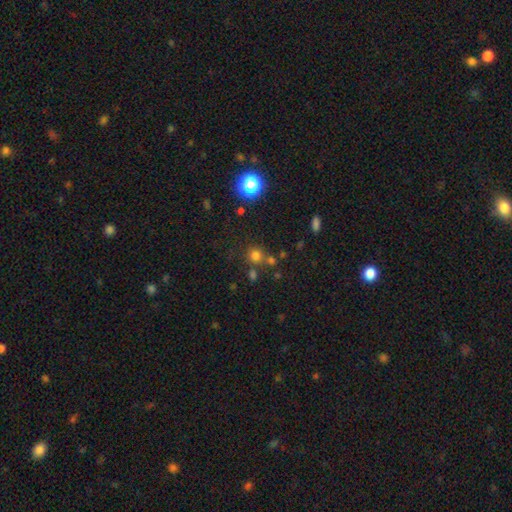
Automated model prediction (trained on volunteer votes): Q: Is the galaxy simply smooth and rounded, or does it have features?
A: smooth — 69%.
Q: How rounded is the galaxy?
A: round — 89%.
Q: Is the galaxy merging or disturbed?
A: none — 67%.